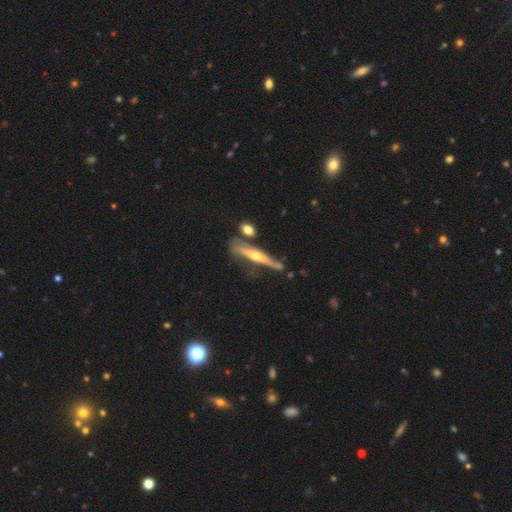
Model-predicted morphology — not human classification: smooth-or-featured: featured or disk: 74% | smooth: 20% | star or artifact: 6%
  disk-edge-on: yes: 94% | no: 6%
    edge-on-bulge: rounded: 88% | none: 8% | boxy: 4%
  merging: none: 61% | minor disturbance: 20% | merger: 12% | major disturbance: 7%